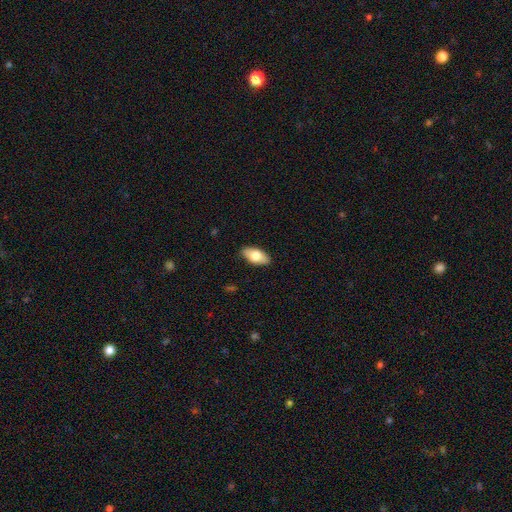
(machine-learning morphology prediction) smooth-or-featured: smooth: 75% | featured or disk: 19% | star or artifact: 6%
  how-rounded: in between: 91% | cigar-shaped: 6% | round: 3%
  merging: none: 87% | minor disturbance: 10% | major disturbance: 2% | merger: 1%